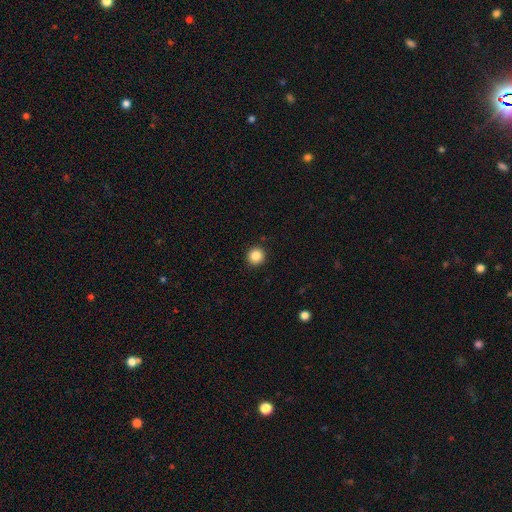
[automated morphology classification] Q: Smooth or featured?
A: smooth (86%); runner-up: star or artifact (10%)
Q: How rounded?
A: round (95%); runner-up: in between (4%)
Q: Merging?
A: none (93%); runner-up: minor disturbance (5%)